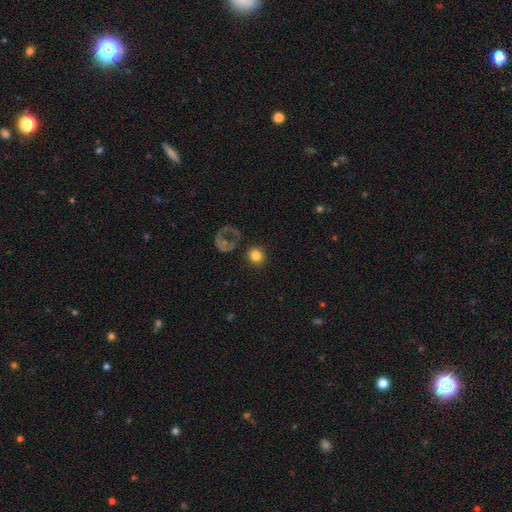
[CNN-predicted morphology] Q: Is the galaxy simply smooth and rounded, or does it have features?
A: smooth — 80%.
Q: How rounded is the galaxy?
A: round — 89%.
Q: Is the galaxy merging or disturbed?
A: none — 82%.